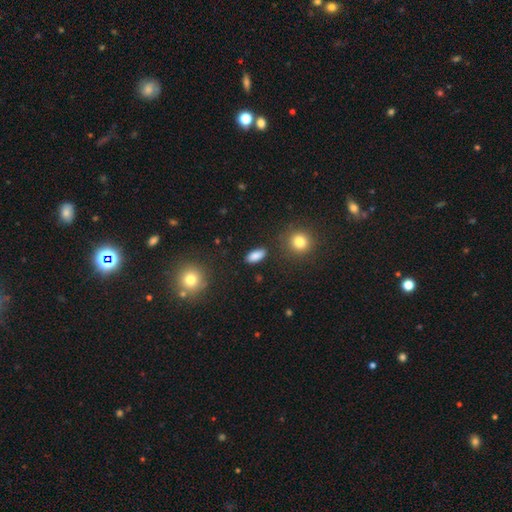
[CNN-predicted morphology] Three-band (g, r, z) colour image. It shows a smooth galaxy with no disk features (86%) that is in between round and cigar-shaped (86%). Merging: none (87%).